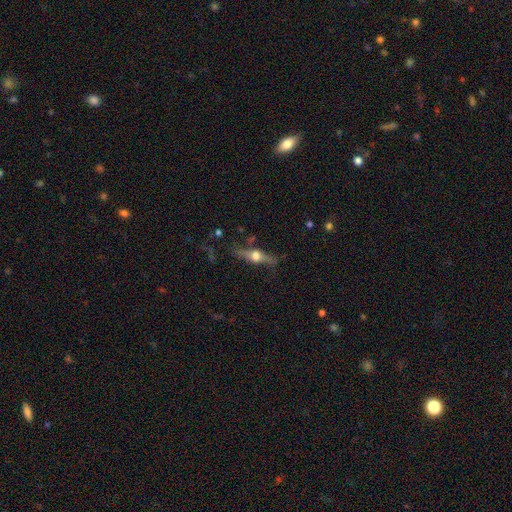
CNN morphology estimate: A featured or disk galaxy (71%) viewed edge-on (94%) with a rounded central bulge (96%). Merging: none (78%).